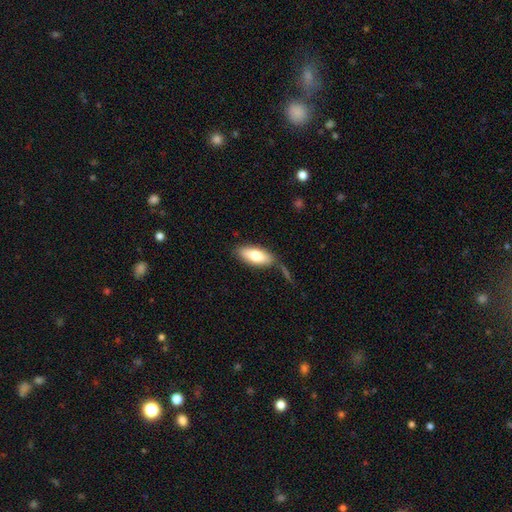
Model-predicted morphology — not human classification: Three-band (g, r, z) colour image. It shows a smooth galaxy with no disk features (74%) that is in between round and cigar-shaped (79%). Merging: none (68%).